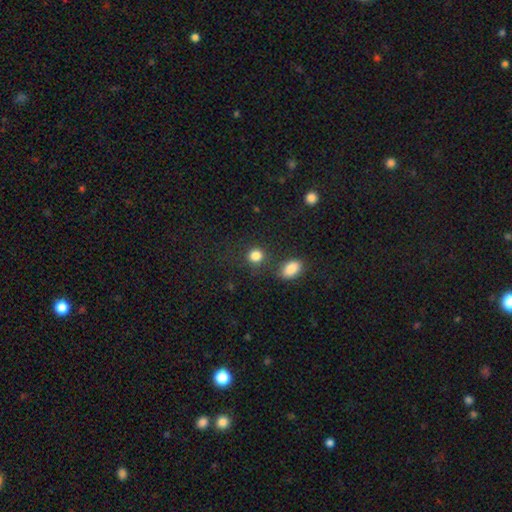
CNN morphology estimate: smooth_or_featured: smooth (p=0.85) [alt: star or artifact p=0.11]
how_rounded: round (p=0.80) [alt: in between p=0.19]
merging: none (p=0.76) [alt: minor disturbance p=0.10]